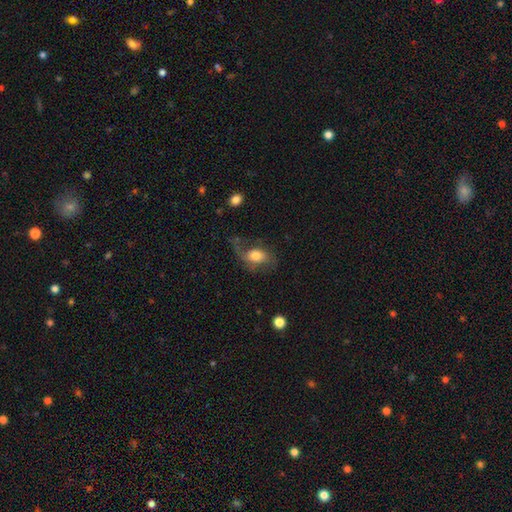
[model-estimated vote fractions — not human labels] Smooth or featured?
  - smooth: 50% *
  - featured or disk: 42%
  - star or artifact: 8%
Merging?
  - none: 40% *
  - major disturbance: 34%
  - minor disturbance: 22%
  - merger: 3%